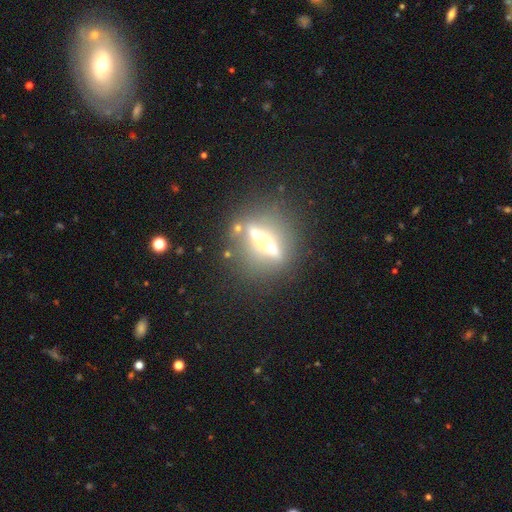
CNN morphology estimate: Smooth or featured? Predicted: featured or disk (p=0.68). Edge-on disk? Predicted: yes (p=0.77). Edge-on bulge? Predicted: none (p=0.56). Merging? Predicted: none (p=0.86).